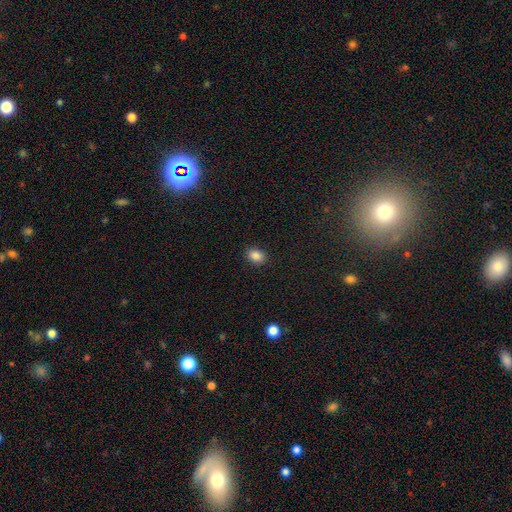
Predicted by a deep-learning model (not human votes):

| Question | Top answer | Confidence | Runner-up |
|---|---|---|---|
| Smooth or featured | smooth | 87% | star or artifact (10%) |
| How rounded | in between | 66% | round (33%) |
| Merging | none | 89% | minor disturbance (8%) |